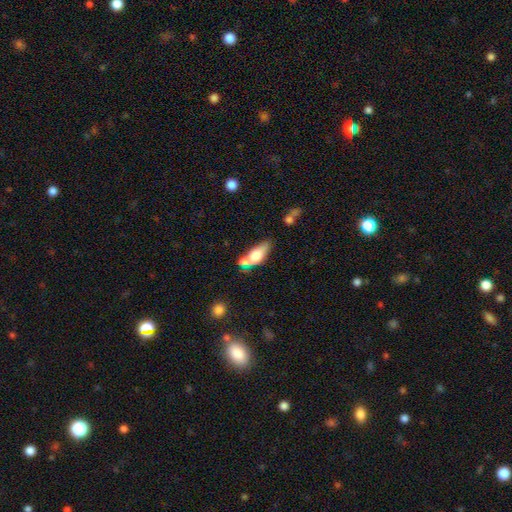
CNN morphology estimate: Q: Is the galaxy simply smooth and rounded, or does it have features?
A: smooth — 64%.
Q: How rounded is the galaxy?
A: in between — 76%.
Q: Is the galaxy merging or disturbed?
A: merger — 38%.